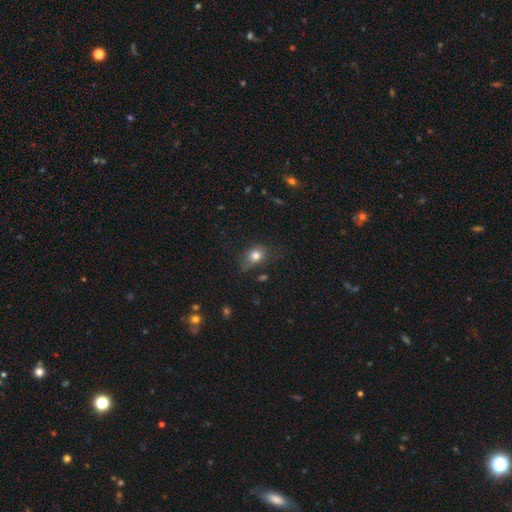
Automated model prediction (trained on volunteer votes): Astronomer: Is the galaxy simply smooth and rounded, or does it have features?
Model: smooth — 79%.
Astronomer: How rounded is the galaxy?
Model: in between — 57% (runner-up: round, 41%).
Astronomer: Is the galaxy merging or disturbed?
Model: none — 56%.